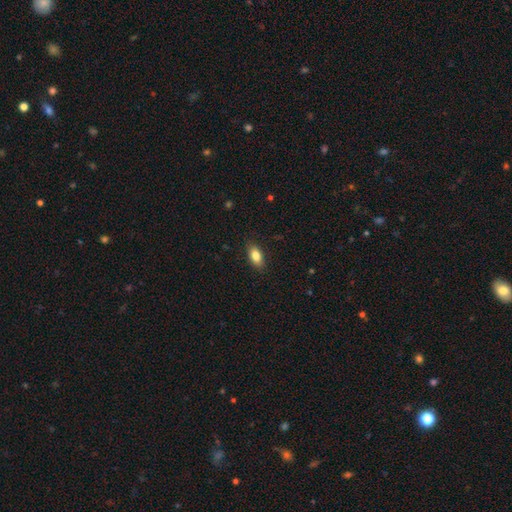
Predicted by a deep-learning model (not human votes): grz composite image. It shows a smooth galaxy with no disk features (83%) that is in between round and cigar-shaped (88%). Merging: none (86%).